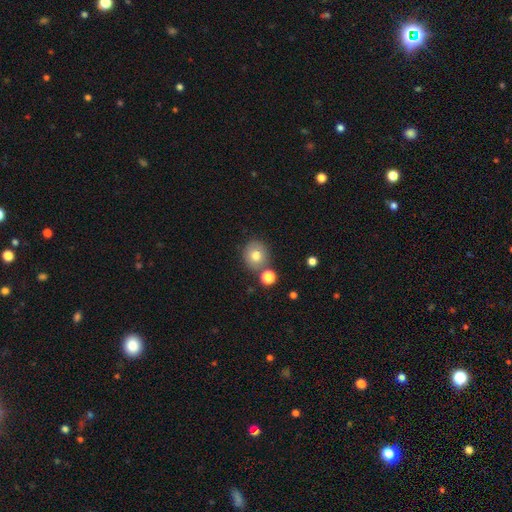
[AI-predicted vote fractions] A smooth galaxy with no disk features (77%) that is round (84%).

Vote fractions:
- Smooth or featured? smooth: 77% / featured or disk: 12% / star or artifact: 11%
- How rounded? round: 84% / in between: 15% / cigar-shaped: 1%
- Merging? none: 73% / merger: 13% / minor disturbance: 11% / major disturbance: 3%